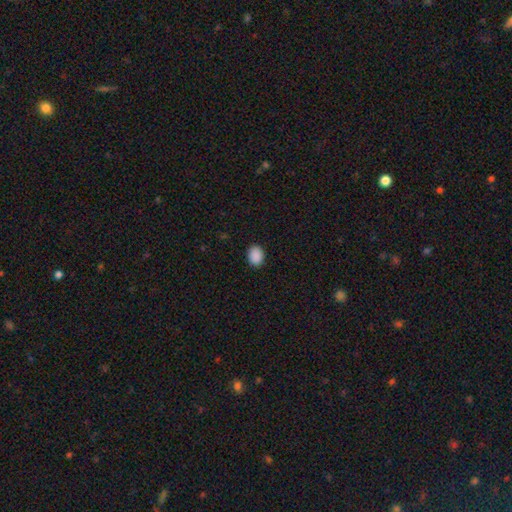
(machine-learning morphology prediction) Q: Smooth or featured?
A: smooth (89%); runner-up: star or artifact (8%)
Q: How rounded?
A: in between (61%); runner-up: round (38%)
Q: Merging?
A: none (90%); runner-up: minor disturbance (8%)